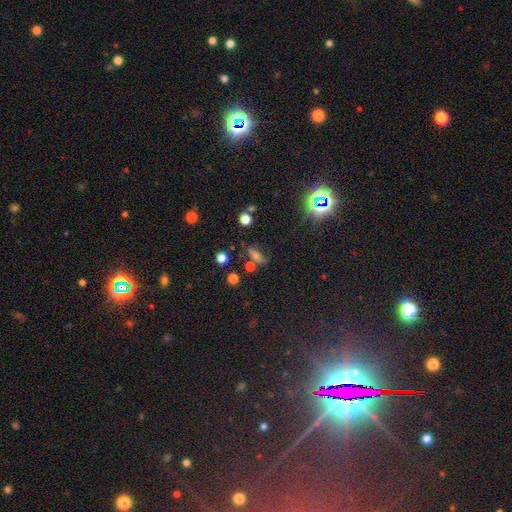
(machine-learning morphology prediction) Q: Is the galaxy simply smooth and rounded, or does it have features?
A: smooth — 53%.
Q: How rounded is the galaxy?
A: in between — 56%.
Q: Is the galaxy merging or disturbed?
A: none — 56%.